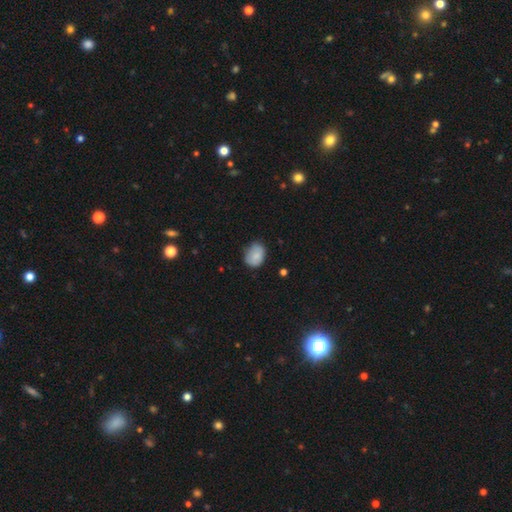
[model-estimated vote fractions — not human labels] The model was most divided on "how rounded": in between: 60%, round: 40%, cigar-shaped: 1%. More confident: smooth or featured — smooth (80%); merging — none (64%).